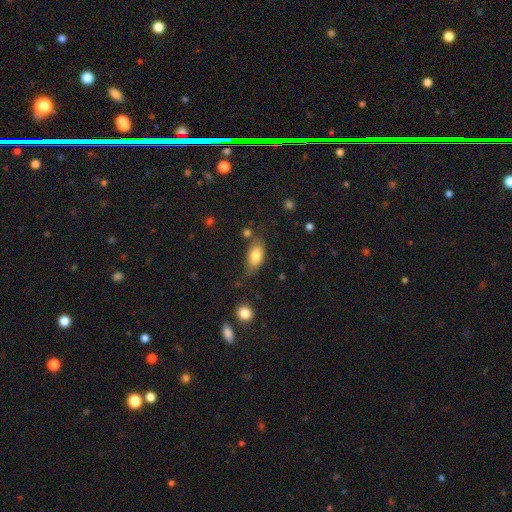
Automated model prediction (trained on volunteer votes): smooth 79%, featured or disk 14%, star or artifact 8%. Down the decision tree: how rounded — in between (89%); merging — none (60%).